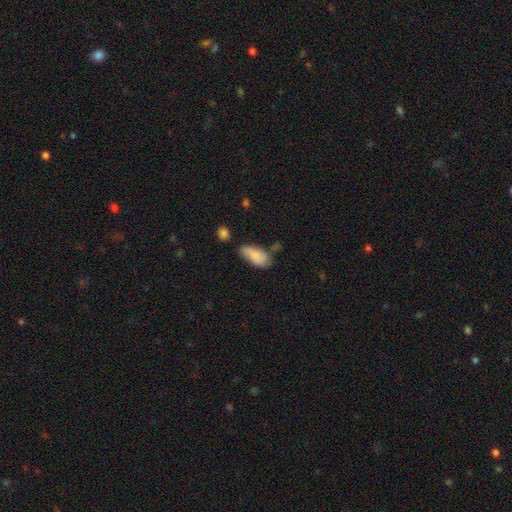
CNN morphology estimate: A smooth galaxy with no disk features (81%) that is in between round and cigar-shaped (89%).

Vote fractions:
- Smooth or featured? smooth: 81% / featured or disk: 12% / star or artifact: 7%
- How rounded? in between: 89% / cigar-shaped: 8% / round: 3%
- Merging? none: 45% / minor disturbance: 35% / major disturbance: 11% / merger: 9%